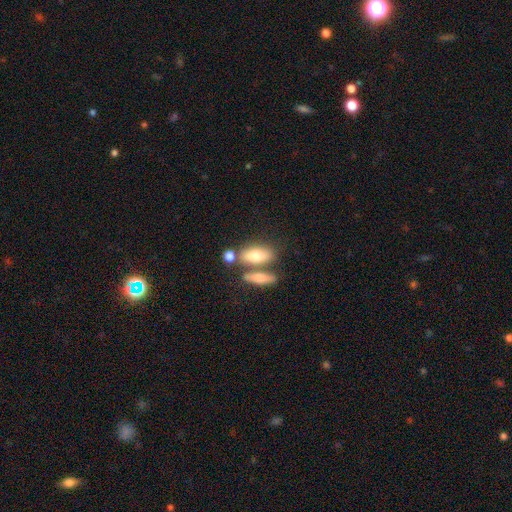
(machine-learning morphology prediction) Smooth or featured?
  - smooth: 74% *
  - featured or disk: 20%
  - star or artifact: 7%
How rounded?
  - in between: 77% *
  - cigar-shaped: 18%
  - round: 5%
Merging?
  - none: 50% *
  - merger: 32%
  - minor disturbance: 12%
  - major disturbance: 5%